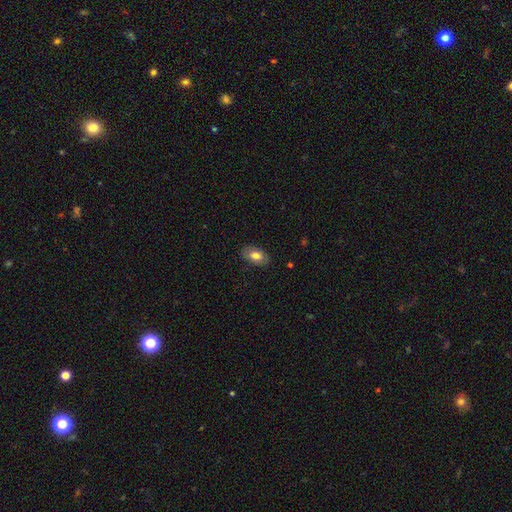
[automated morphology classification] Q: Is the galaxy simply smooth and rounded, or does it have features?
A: smooth — 74%.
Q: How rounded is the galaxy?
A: in between — 91%.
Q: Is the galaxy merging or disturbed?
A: none — 84%.